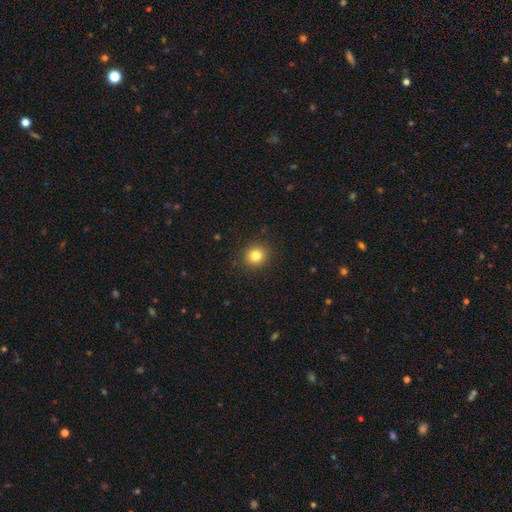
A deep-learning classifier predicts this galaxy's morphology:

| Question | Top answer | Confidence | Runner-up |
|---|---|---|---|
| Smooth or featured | smooth | 82% | star or artifact (12%) |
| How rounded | round | 86% | in between (13%) |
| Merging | none | 91% | minor disturbance (6%) |